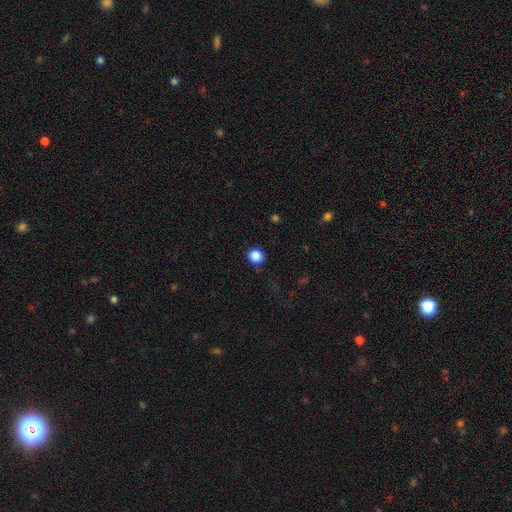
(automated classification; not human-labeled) This appears to be a smooth galaxy with no disk features (87%) that is round (91%). Merging: none (85%).